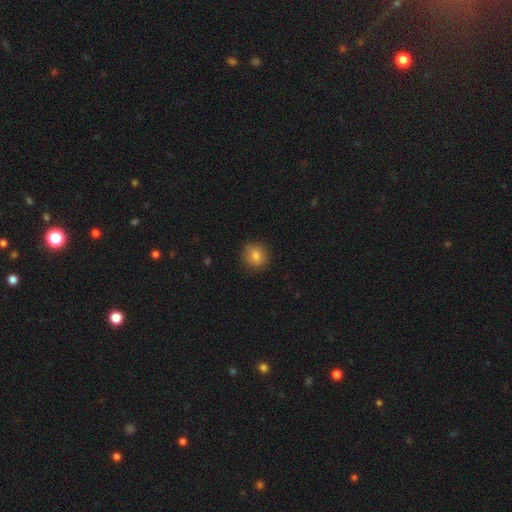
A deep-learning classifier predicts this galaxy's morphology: Smooth or featured: smooth — 83% (star or artifact — 10%)
How rounded: round — 86% (in between — 13%)
Merging: none — 87% (minor disturbance — 10%)